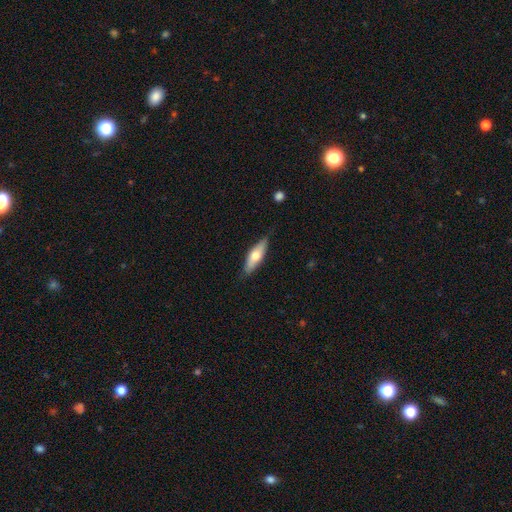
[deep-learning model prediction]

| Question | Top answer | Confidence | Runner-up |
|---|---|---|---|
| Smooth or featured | smooth | 58% | featured or disk (37%) |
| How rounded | in between | 52% | cigar-shaped (46%) |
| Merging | none | 81% | minor disturbance (15%) |